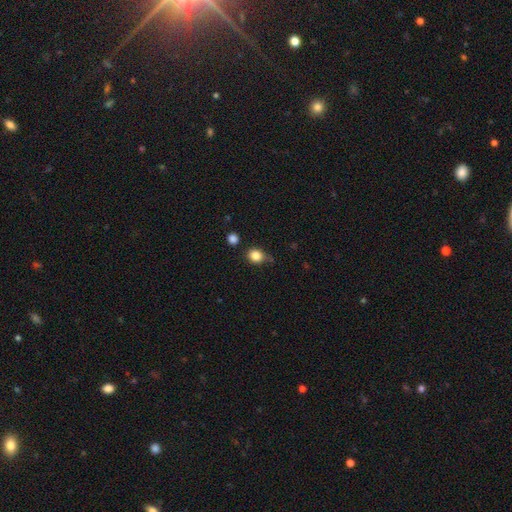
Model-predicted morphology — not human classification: This is clearly a smooth galaxy (84%). How rounded: likely round (66%). Merging: likely none (66%).